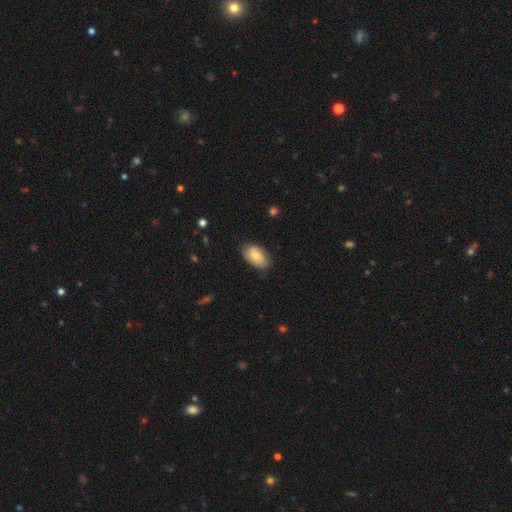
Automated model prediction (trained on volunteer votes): This is likely a smooth galaxy (71%). How rounded: clearly in between (93%). Merging: likely none (77%).